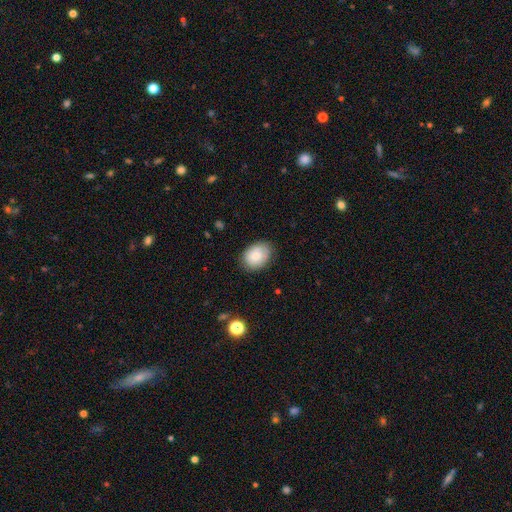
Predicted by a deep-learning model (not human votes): Smooth or featured?
  - smooth: 80% *
  - featured or disk: 13%
  - star or artifact: 8%
How rounded?
  - in between: 69% *
  - round: 30%
  - cigar-shaped: 1%
Merging?
  - none: 81% *
  - minor disturbance: 15%
  - major disturbance: 3%
  - merger: 1%